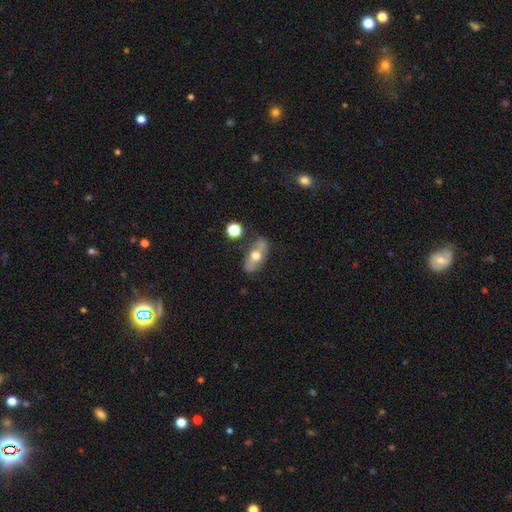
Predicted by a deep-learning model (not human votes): Smooth or featured? smooth (46%)
Merging? none (69%)